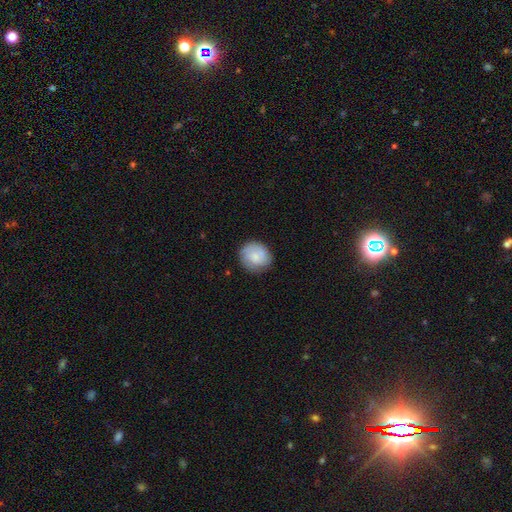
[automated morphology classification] The model was most divided on "smooth or featured": smooth: 60%, featured or disk: 33%, star or artifact: 7%. More confident: how rounded — round (83%); merging — none (81%).